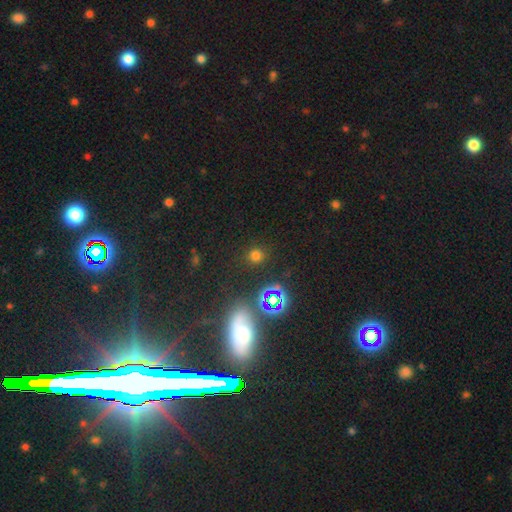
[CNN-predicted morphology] Q: Smooth or featured?
A: smooth (67%); runner-up: star or artifact (27%)
Q: How rounded?
A: round (90%); runner-up: in between (9%)
Q: Merging?
A: none (87%); runner-up: minor disturbance (7%)